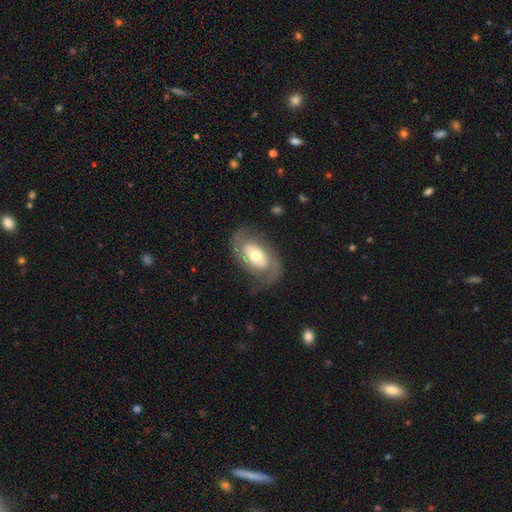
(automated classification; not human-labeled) Smooth or featured?
  - featured or disk: 71% *
  - smooth: 23%
  - star or artifact: 6%
Edge-on disk?
  - no: 95% *
  - yes: 5%
Bar?
  - no: 61% *
  - weak: 27%
  - strong: 13%
Spiral arms?
  - yes: 83% *
  - no: 17%
Spiral winding?
  - medium: 44% *
  - tight: 30%
  - loose: 26%
Spiral arm count?
  - 2: 83% *
  - can't tell: 9%
  - 1: 5%
  - 3: 1%
  - 4: 1%
  - more than 4: 1%
Bulge size?
  - moderate: 58% *
  - small: 26%
  - large: 12%
  - dominant: 2%
  - none: 1%
Merging?
  - none: 69% *
  - minor disturbance: 17%
  - major disturbance: 13%
  - merger: 1%